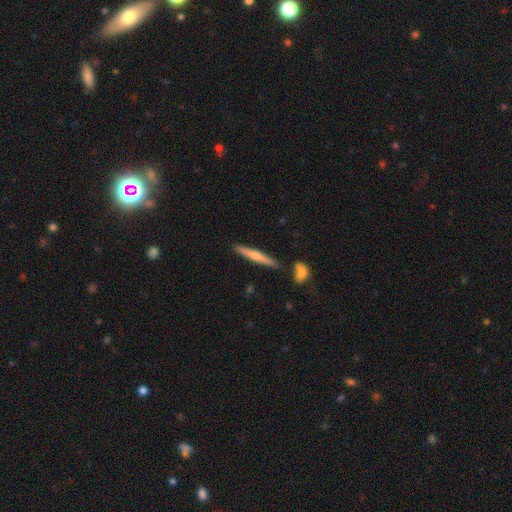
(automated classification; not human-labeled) This appears to be a smooth galaxy with no disk features (55%) that is cigar-shaped (94%). Merging: none (83%).